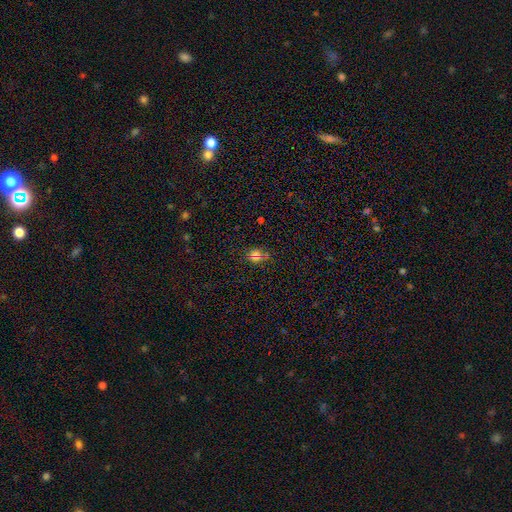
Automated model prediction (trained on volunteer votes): smooth-or-featured: smooth: 58% | star or artifact: 32% | featured or disk: 10%
  how-rounded: round: 75% | in between: 23% | cigar-shaped: 2%
  merging: none: 71% | merger: 13% | minor disturbance: 11% | major disturbance: 5%